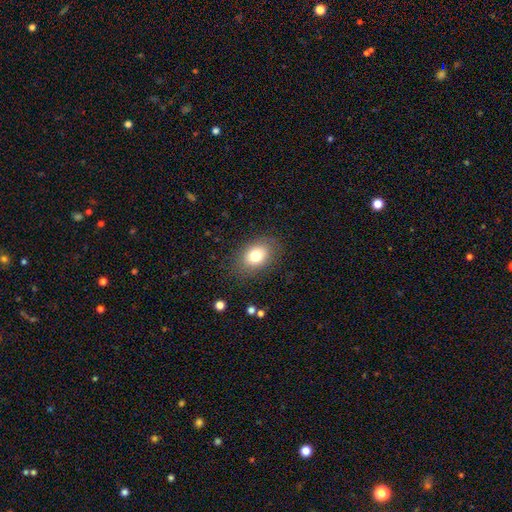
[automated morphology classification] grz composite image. It shows a smooth galaxy with no disk features (77%) that is in between round and cigar-shaped (74%). Merging: none (82%).